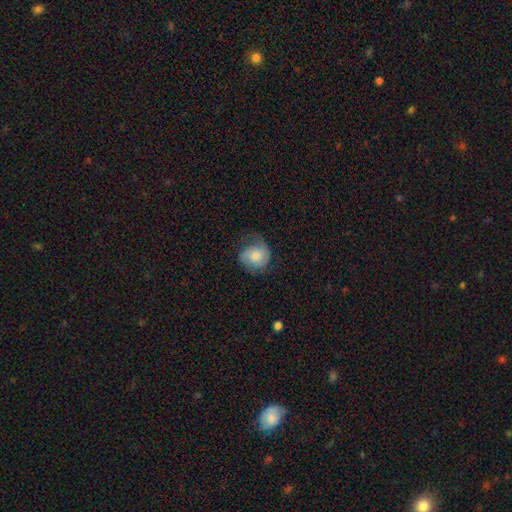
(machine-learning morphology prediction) This appears to be a smooth galaxy with no disk features (64%) that is round (74%). Merging: none (46%).